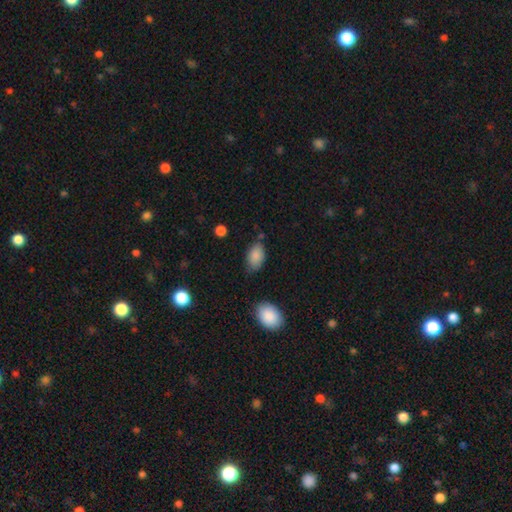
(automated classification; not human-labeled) smooth 86%, star or artifact 8%, featured or disk 6%. Down the decision tree: how rounded — in between (92%); merging — none (69%).